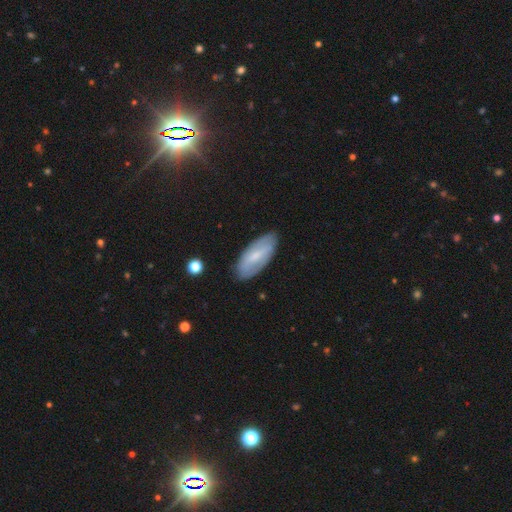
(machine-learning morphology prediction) Smooth or featured? Predicted: smooth (p=0.51). How rounded? Predicted: in between (p=0.83). Merging? Predicted: none (p=0.81).